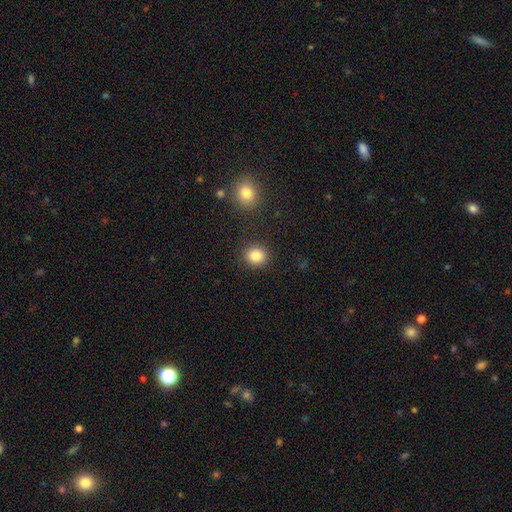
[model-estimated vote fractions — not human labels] Smooth or featured? Predicted: smooth (p=0.85). How rounded? Predicted: round (p=0.83). Merging? Predicted: none (p=0.88).